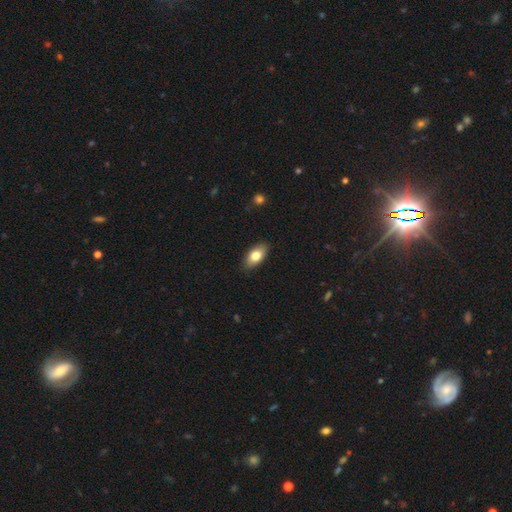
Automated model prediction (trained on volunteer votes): A smooth galaxy with no disk features (77%) that is in between round and cigar-shaped (90%).

Vote fractions:
- Smooth or featured? smooth: 77% / featured or disk: 16% / star or artifact: 7%
- How rounded? in between: 90% / cigar-shaped: 5% / round: 5%
- Merging? none: 86% / minor disturbance: 11% / major disturbance: 2% / merger: 1%